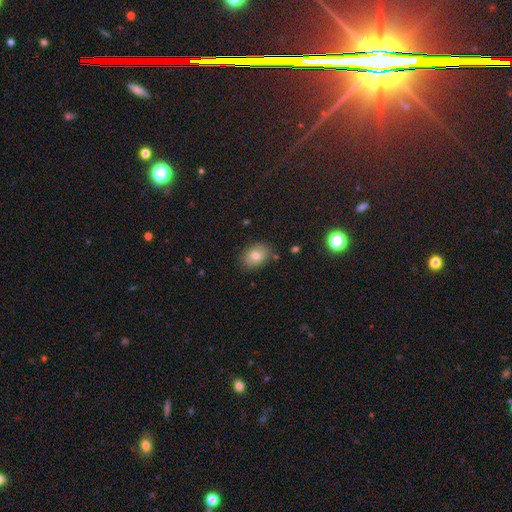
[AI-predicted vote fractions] Smooth or featured? smooth (79%)
How rounded? in between (73%)
Merging? none (82%)